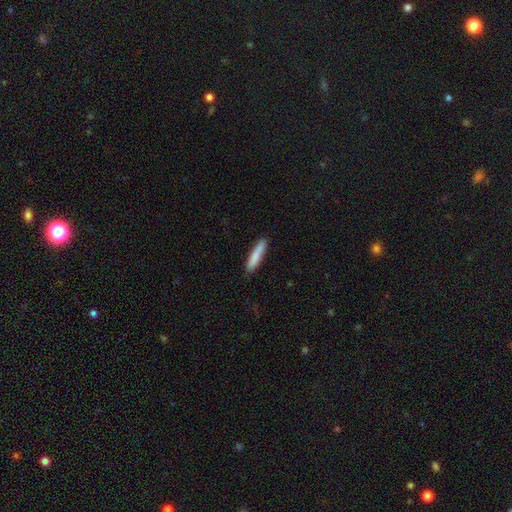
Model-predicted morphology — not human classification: smooth_or_featured: smooth (p=0.83) [alt: featured or disk p=0.12]
how_rounded: cigar-shaped (p=0.89) [alt: in between p=0.09]
merging: none (p=0.88) [alt: minor disturbance p=0.09]